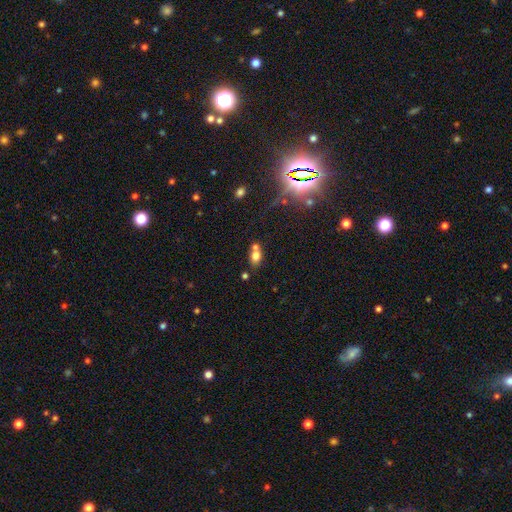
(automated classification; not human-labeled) Smooth or featured? smooth (73%)
How rounded? in between (69%)
Merging? none (43%)